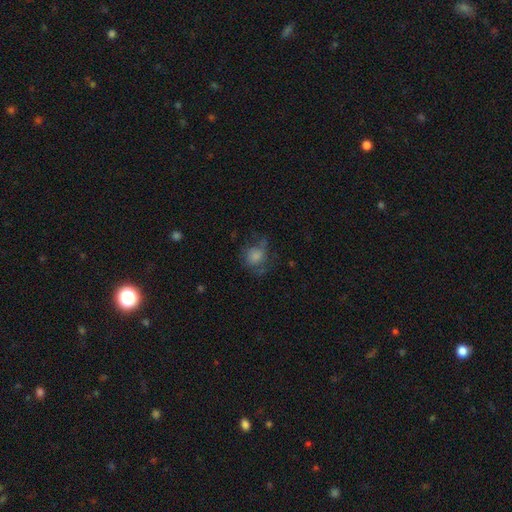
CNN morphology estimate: Smooth or featured: smooth — 66% (featured or disk — 23%)
How rounded: round — 70% (in between — 29%)
Merging: none — 44% (major disturbance — 27%)